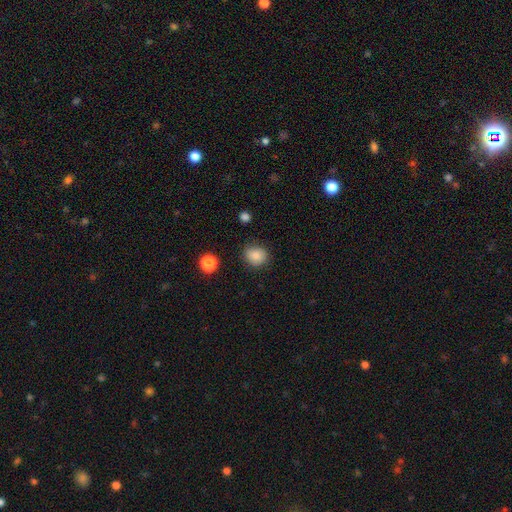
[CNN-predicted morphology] type=smooth (83%); roundness=round (78%); merging=none (80%).